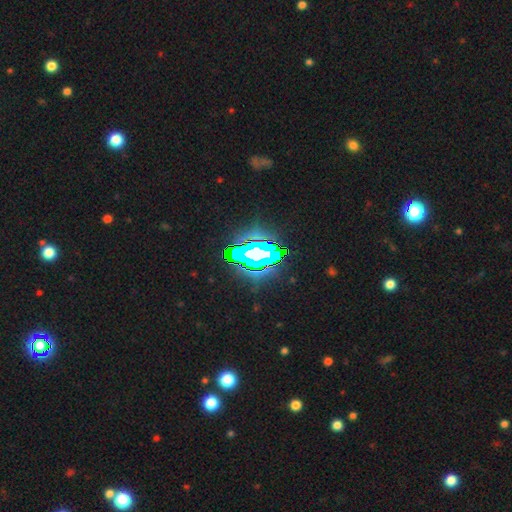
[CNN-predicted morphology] Smooth or featured? Predicted: star or artifact (p=0.68).